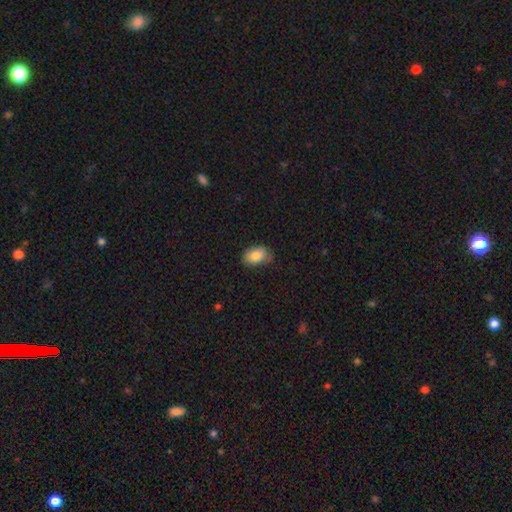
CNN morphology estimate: The model was most divided on "merging": none: 73%, minor disturbance: 22%, major disturbance: 4%, merger: 1%. More confident: how rounded — in between (88%); smooth or featured — smooth (85%).